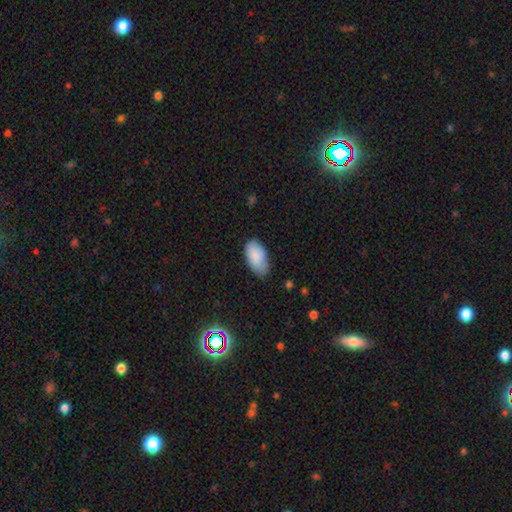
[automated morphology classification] type=smooth (87%); roundness=in between (95%); merging=none (66%).